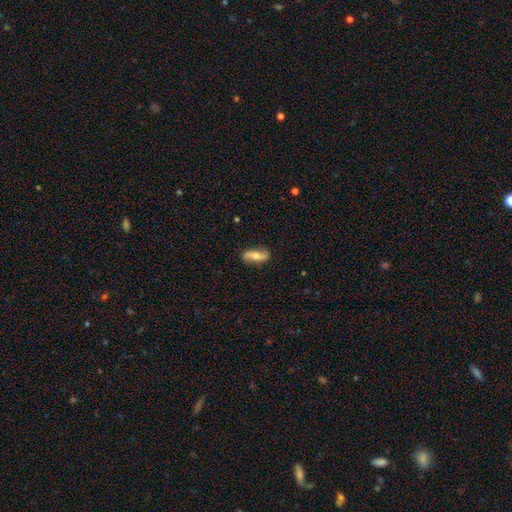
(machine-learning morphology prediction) This is possibly a featured or disk galaxy (53%). It is likely not viewed edge-on (80%). Merging: clearly none (83%).